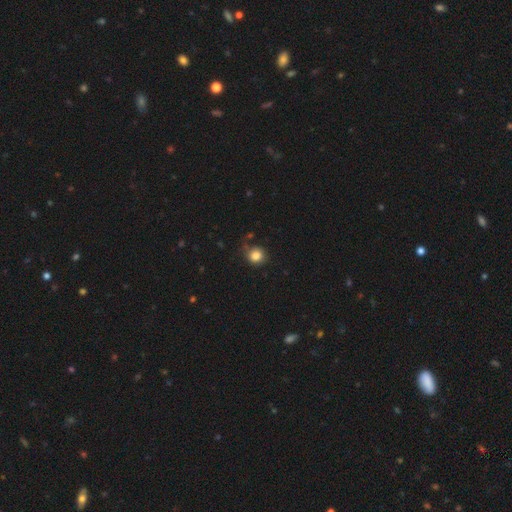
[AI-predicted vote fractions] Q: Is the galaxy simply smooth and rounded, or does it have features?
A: smooth — 84%.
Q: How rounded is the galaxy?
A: round — 87%.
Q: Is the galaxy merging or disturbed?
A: none — 77%.